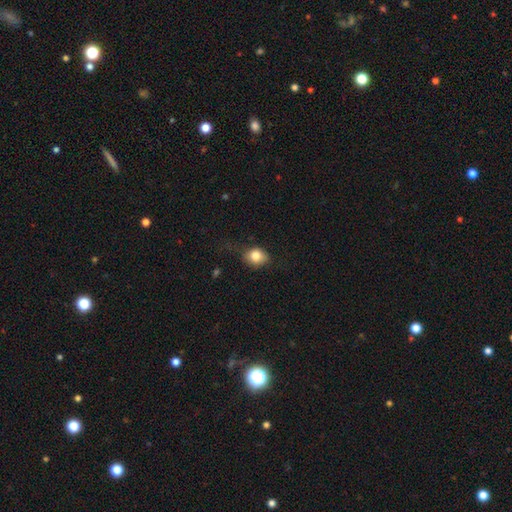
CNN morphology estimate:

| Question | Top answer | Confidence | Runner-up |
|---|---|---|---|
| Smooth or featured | smooth | 79% | featured or disk (11%) |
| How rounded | round | 53% | in between (46%) |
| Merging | none | 61% | minor disturbance (27%) |